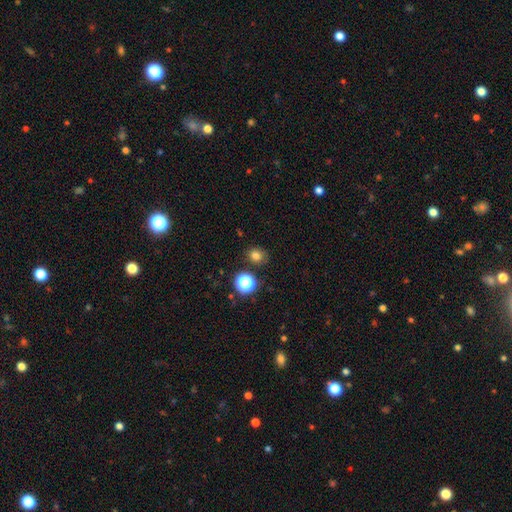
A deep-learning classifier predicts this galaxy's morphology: Smooth or featured?
  - smooth: 77% *
  - star or artifact: 17%
  - featured or disk: 6%
How rounded?
  - round: 71% *
  - in between: 28%
  - cigar-shaped: 1%
Merging?
  - none: 83% *
  - minor disturbance: 10%
  - merger: 4%
  - major disturbance: 3%